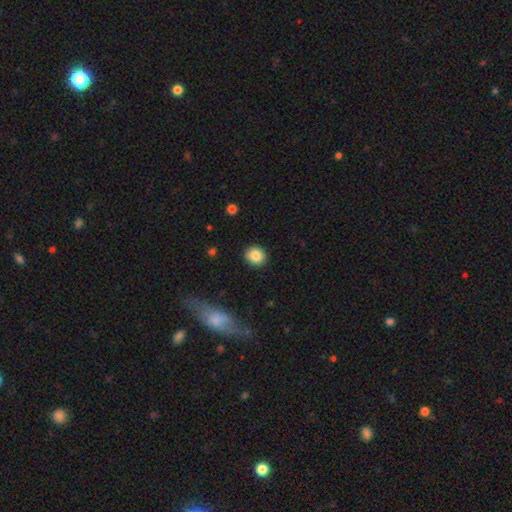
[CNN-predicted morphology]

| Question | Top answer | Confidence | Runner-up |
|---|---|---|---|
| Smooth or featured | smooth | 85% | star or artifact (9%) |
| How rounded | round | 79% | in between (20%) |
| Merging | none | 90% | minor disturbance (7%) |